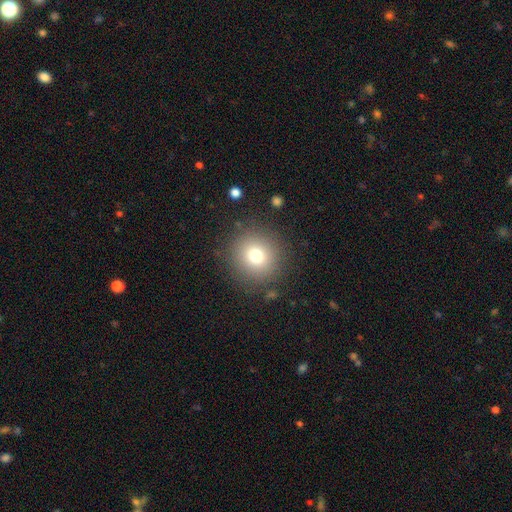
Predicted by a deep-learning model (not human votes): Q: Smooth or featured?
A: smooth (75%); runner-up: star or artifact (14%)
Q: How rounded?
A: round (94%); runner-up: in between (5%)
Q: Merging?
A: none (87%); runner-up: minor disturbance (7%)